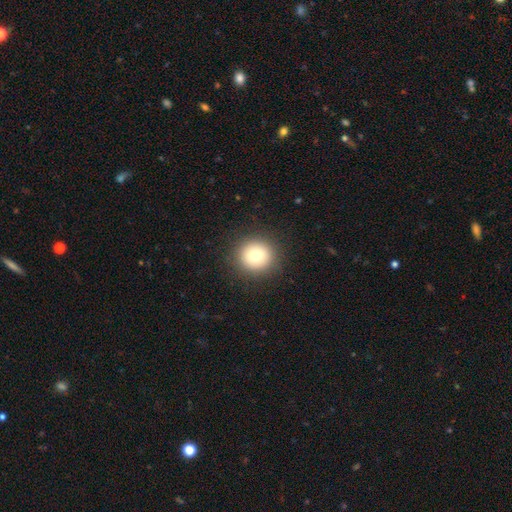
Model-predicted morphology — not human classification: This appears to be a smooth galaxy with no disk features (77%) that is round (92%). Merging: none (91%).